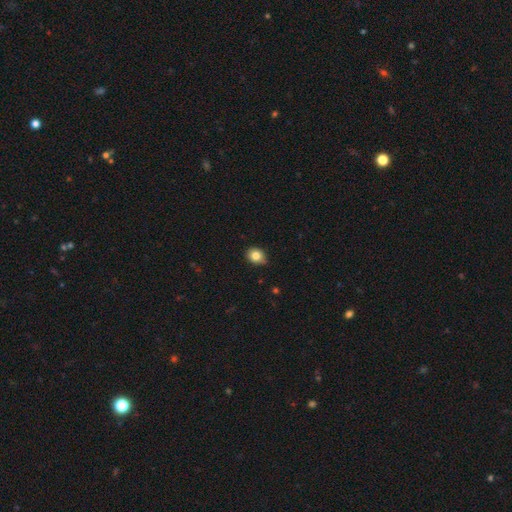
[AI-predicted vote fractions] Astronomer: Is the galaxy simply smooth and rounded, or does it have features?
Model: smooth — 82%.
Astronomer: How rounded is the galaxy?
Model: round — 53% (runner-up: in between, 46%).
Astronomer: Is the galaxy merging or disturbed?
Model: none — 78%.